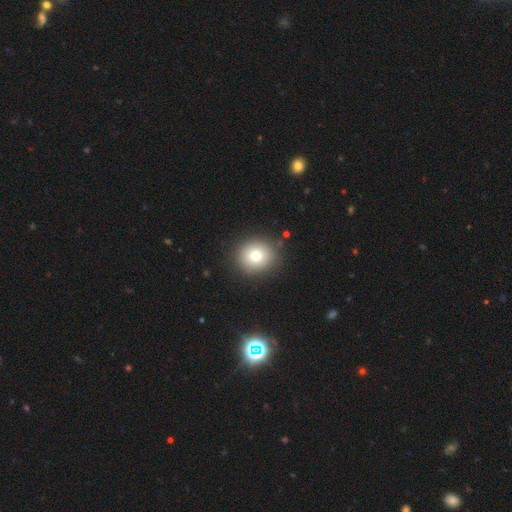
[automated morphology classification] The model was most divided on "smooth or featured": smooth: 77%, star or artifact: 12%, featured or disk: 11%. More confident: merging — none (88%); how rounded — round (85%).